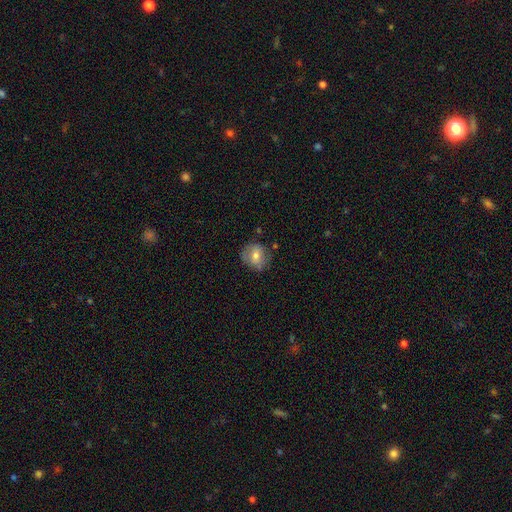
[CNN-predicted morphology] smooth 65%, featured or disk 26%, star or artifact 9%. Down the decision tree: how rounded — round (76%); merging — none (73%).